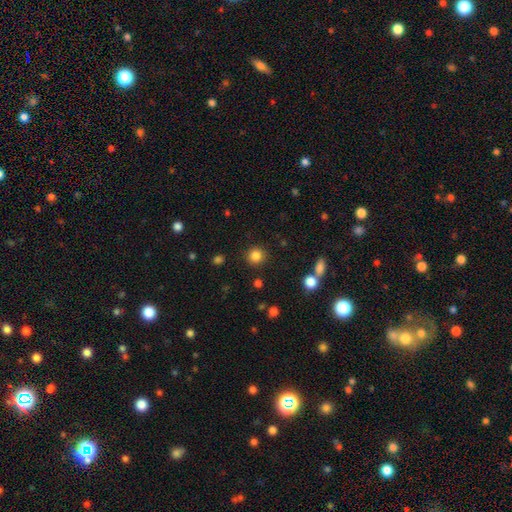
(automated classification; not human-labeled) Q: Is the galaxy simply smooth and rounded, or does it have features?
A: smooth — 84%.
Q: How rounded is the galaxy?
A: round — 93%.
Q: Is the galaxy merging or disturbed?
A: none — 89%.